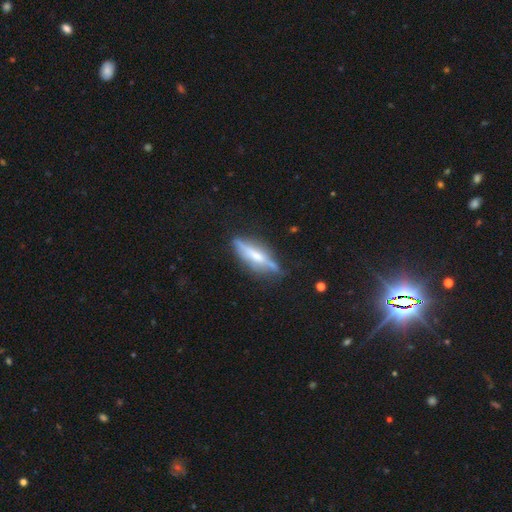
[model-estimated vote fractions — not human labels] smooth-or-featured: featured or disk: 64% | smooth: 29% | star or artifact: 7%
  disk-edge-on: yes: 89% | no: 11%
    edge-on-bulge: rounded: 64% | boxy: 19% | none: 17%
  merging: none: 70% | minor disturbance: 20% | major disturbance: 6% | merger: 3%